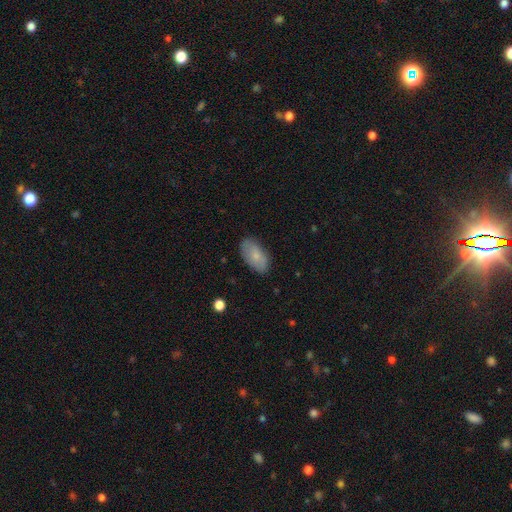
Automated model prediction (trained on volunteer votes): A smooth galaxy with no disk features (79%) that is in between round and cigar-shaped (94%).

Vote fractions:
- Smooth or featured? smooth: 79% / featured or disk: 15% / star or artifact: 6%
- How rounded? in between: 94% / round: 3% / cigar-shaped: 3%
- Merging? none: 83% / minor disturbance: 13% / major disturbance: 3% / merger: 1%